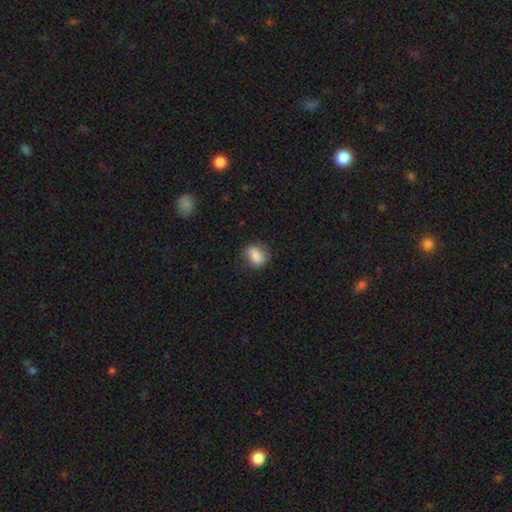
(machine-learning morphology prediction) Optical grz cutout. It shows a smooth galaxy with no disk features (84%) that is in between round and cigar-shaped (66%). Merging: none (73%).